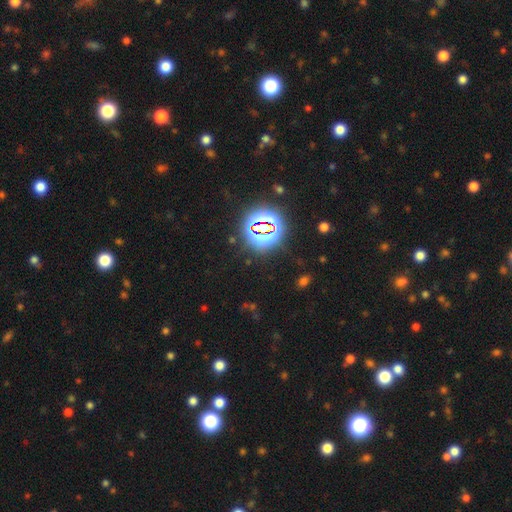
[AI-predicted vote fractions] Q: Smooth or featured?
A: star or artifact (79%); runner-up: smooth (14%)